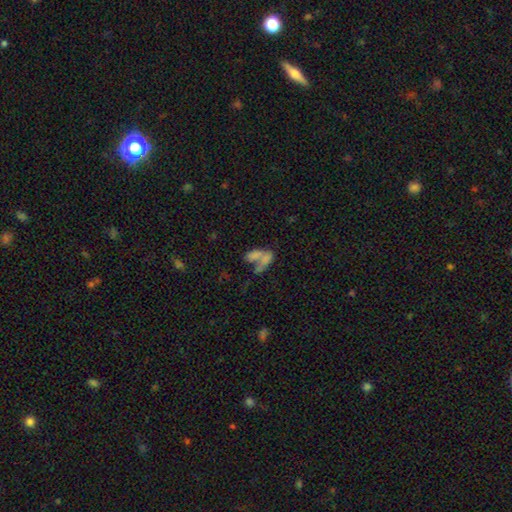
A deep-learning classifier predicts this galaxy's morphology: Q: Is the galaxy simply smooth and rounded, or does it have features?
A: smooth — 55%.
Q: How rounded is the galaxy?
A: in between — 76%.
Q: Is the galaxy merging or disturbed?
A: merger — 60%.